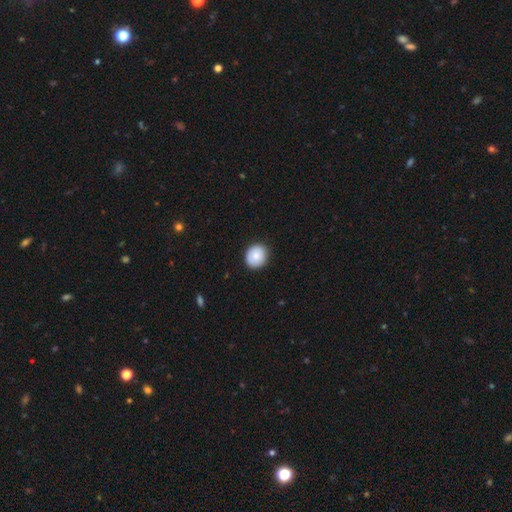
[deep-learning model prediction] Smooth or featured: smooth — 84% (featured or disk — 9%)
How rounded: round — 82% (in between — 17%)
Merging: none — 88% (minor disturbance — 9%)